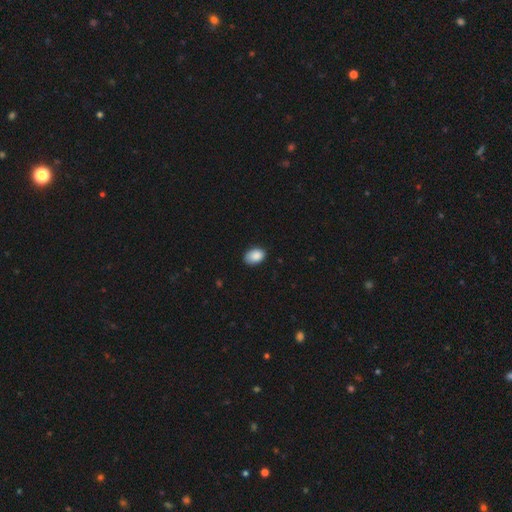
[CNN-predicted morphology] smooth 89%, star or artifact 7%, featured or disk 4%. Down the decision tree: how rounded — in between (88%); merging — none (81%).